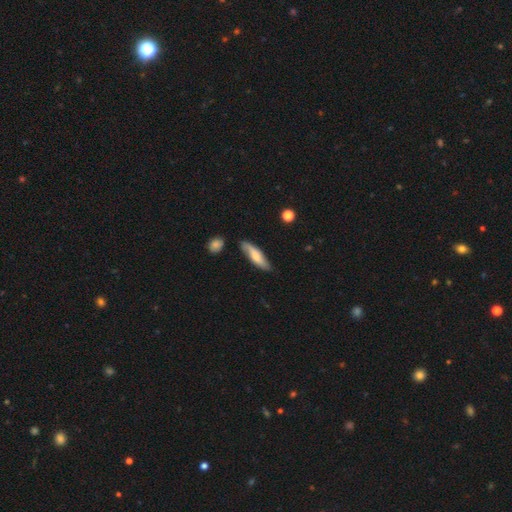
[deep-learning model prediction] smooth_or_featured: smooth (p=0.64) [alt: featured or disk p=0.30]
how_rounded: cigar-shaped (p=0.57) [alt: in between p=0.41]
merging: none (p=0.74) [alt: minor disturbance p=0.19]